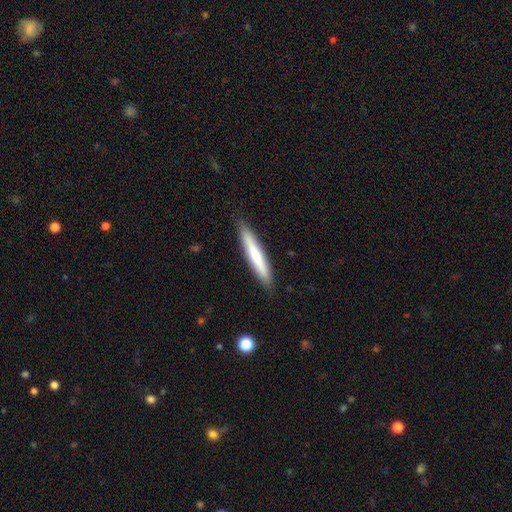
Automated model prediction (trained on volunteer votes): Smooth or featured? Predicted: smooth (p=0.63). How rounded? Predicted: cigar-shaped (p=0.94). Merging? Predicted: none (p=0.89).